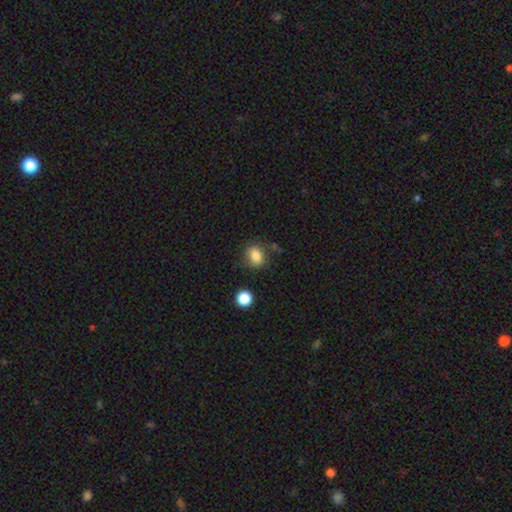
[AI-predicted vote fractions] Smooth or featured? smooth (82%)
How rounded? in between (54%)
Merging? none (73%)